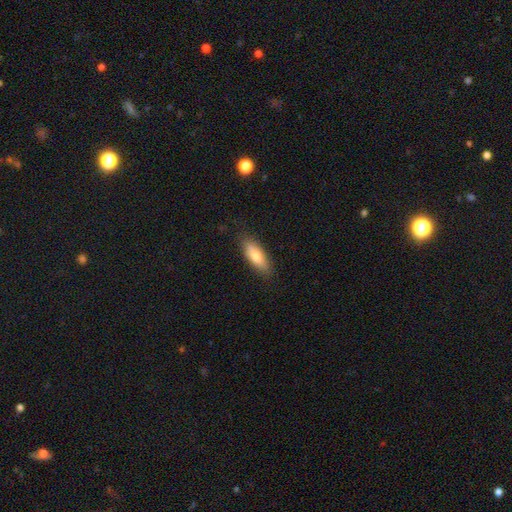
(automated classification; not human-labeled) This appears to be a smooth galaxy with no disk features (73%) that is in between round and cigar-shaped (64%). Merging: none (84%).